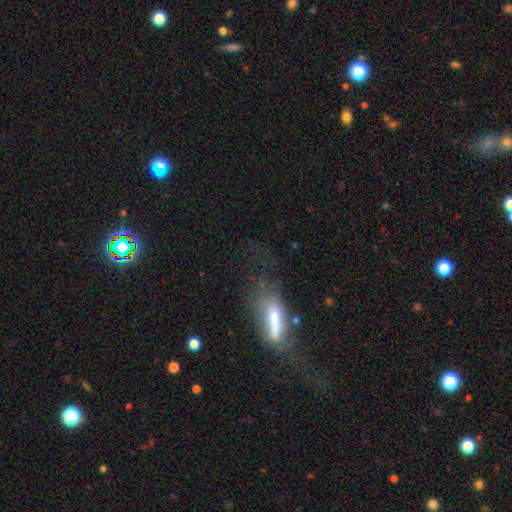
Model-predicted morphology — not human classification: smooth-or-featured: featured or disk: 43% | smooth: 37% | star or artifact: 21%
  merging: none: 35% | major disturbance: 33% | minor disturbance: 19% | merger: 12%